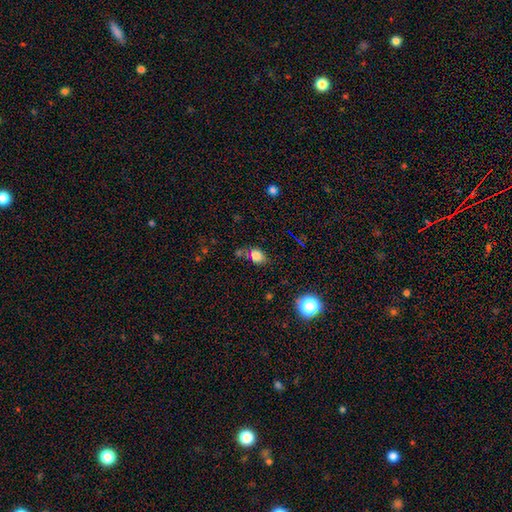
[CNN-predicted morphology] Smooth or featured?
  - smooth: 77% *
  - star or artifact: 16%
  - featured or disk: 7%
How rounded?
  - in between: 59% *
  - round: 40%
  - cigar-shaped: 2%
Merging?
  - none: 59% *
  - minor disturbance: 19%
  - merger: 15%
  - major disturbance: 7%